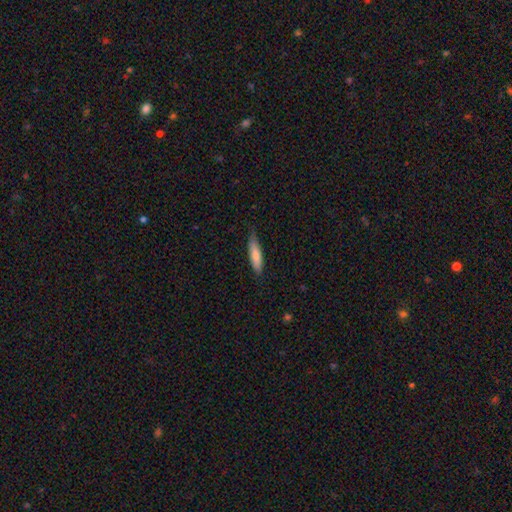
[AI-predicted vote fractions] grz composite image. It shows a smooth galaxy with no disk features (78%) that is cigar-shaped (73%). Merging: none (75%).